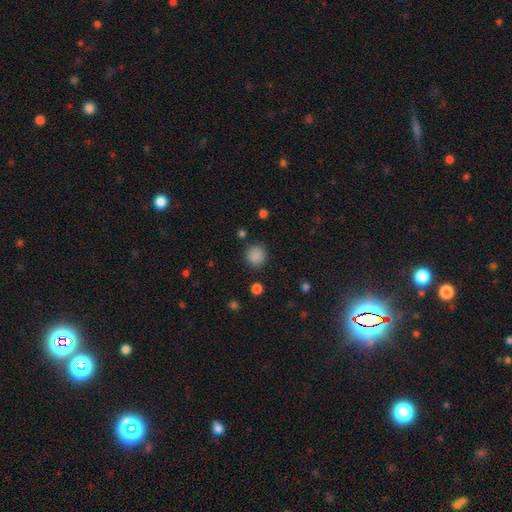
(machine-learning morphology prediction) This appears to be a smooth galaxy with no disk features (86%) that is round (90%). Merging: none (86%).